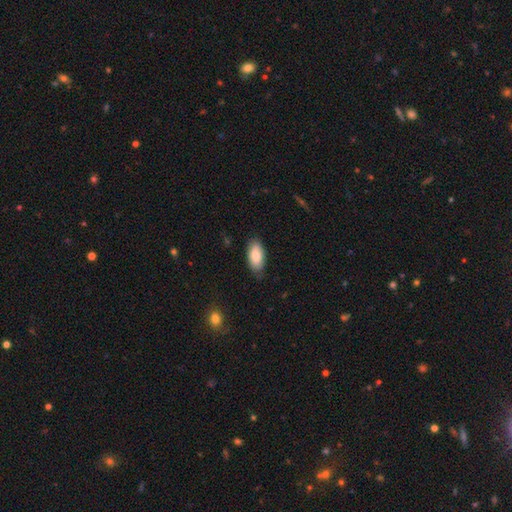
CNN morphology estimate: smooth-or-featured: smooth: 84% | featured or disk: 10% | star or artifact: 6%
  how-rounded: in between: 91% | cigar-shaped: 6% | round: 2%
  merging: none: 80% | minor disturbance: 17% | major disturbance: 3% | merger: 1%